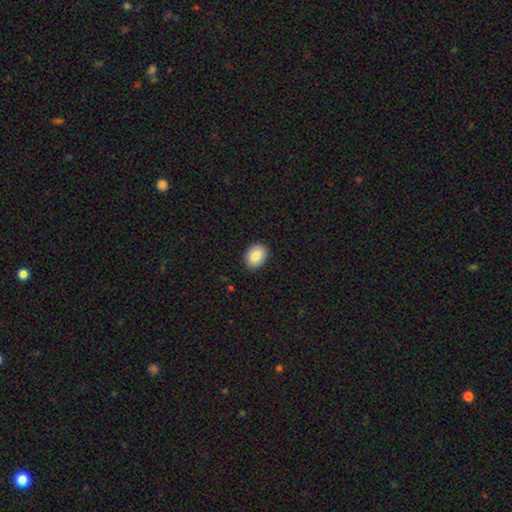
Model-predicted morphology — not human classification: Q: Smooth or featured?
A: smooth (87%); runner-up: star or artifact (7%)
Q: How rounded?
A: in between (68%); runner-up: round (31%)
Q: Merging?
A: none (90%); runner-up: minor disturbance (7%)